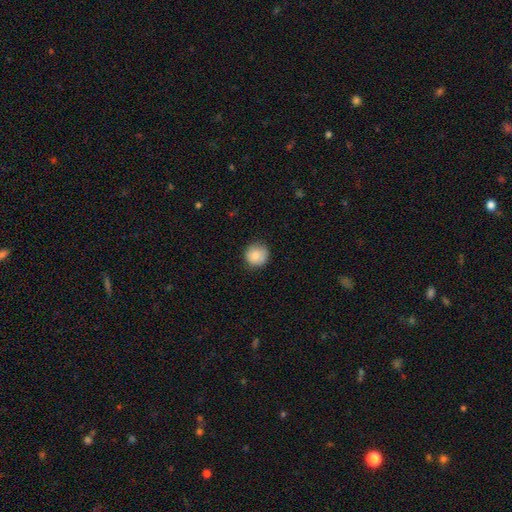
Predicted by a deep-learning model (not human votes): Smooth or featured: smooth — 82% (featured or disk — 10%)
How rounded: round — 93% (in between — 6%)
Merging: none — 83% (minor disturbance — 13%)